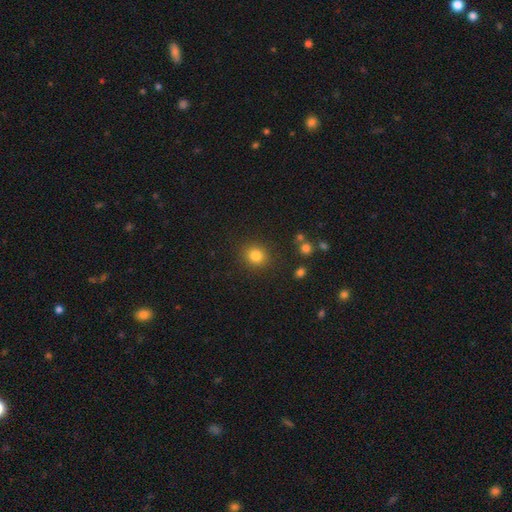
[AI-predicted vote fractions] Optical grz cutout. It shows a smooth galaxy with no disk features (82%) that is round (85%). Merging: none (88%).